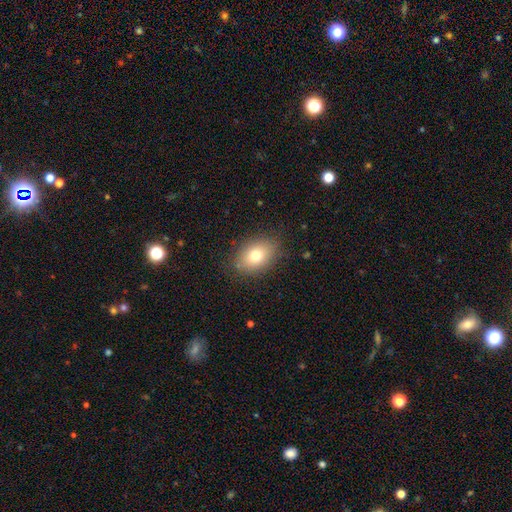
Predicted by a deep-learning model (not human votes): A smooth galaxy with no disk features (76%) that is in between round and cigar-shaped (76%).

Vote fractions:
- Smooth or featured? smooth: 76% / featured or disk: 14% / star or artifact: 10%
- How rounded? in between: 76% / round: 23% / cigar-shaped: 1%
- Merging? none: 83% / minor disturbance: 12% / major disturbance: 4% / merger: 1%